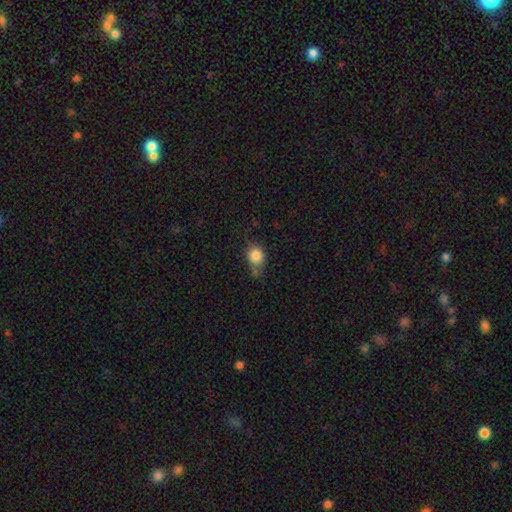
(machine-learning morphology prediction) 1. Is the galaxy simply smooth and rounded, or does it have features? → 84% smooth, 10% star or artifact, 7% featured or disk.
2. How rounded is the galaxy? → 69% round, 29% in between, 1% cigar-shaped.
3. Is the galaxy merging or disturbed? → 56% none, 26% minor disturbance, 11% merger, 7% major disturbance.